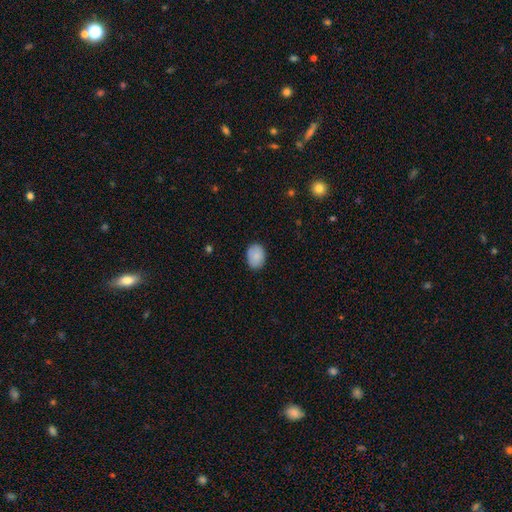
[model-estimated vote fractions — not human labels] Smooth or featured: smooth — 88% (star or artifact — 7%)
How rounded: in between — 69% (round — 30%)
Merging: none — 86% (minor disturbance — 11%)